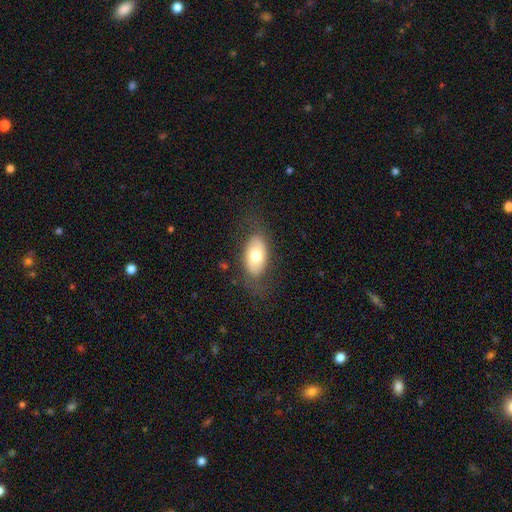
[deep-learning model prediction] smooth 63%, featured or disk 31%, star or artifact 6%. Down the decision tree: how rounded — in between (93%); merging — none (75%).